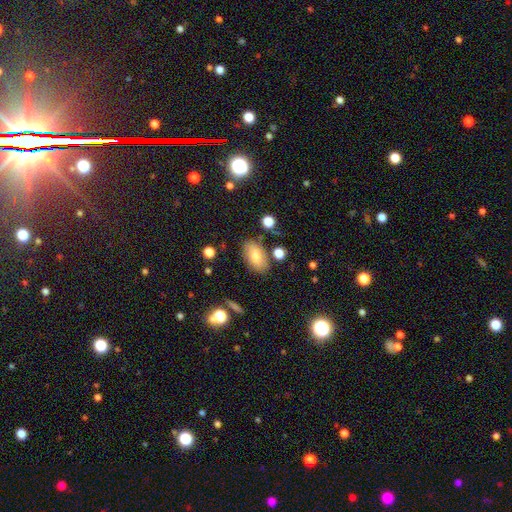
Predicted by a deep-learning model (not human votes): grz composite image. It shows a smooth galaxy with no disk features (78%) that is in between round and cigar-shaped (92%). Merging: none (79%).